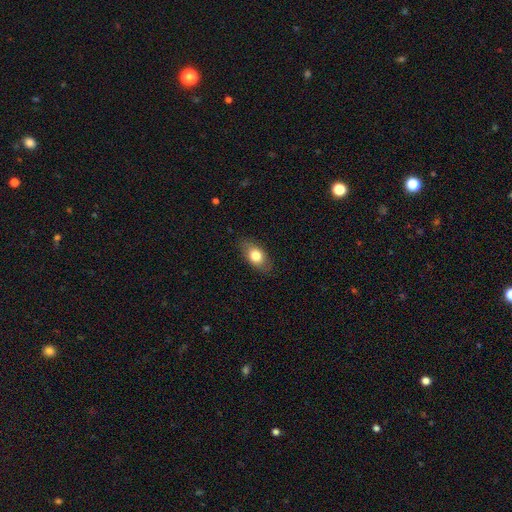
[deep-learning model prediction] A smooth galaxy with no disk features (77%) that is in between round and cigar-shaped (86%). Merging: none (83%).